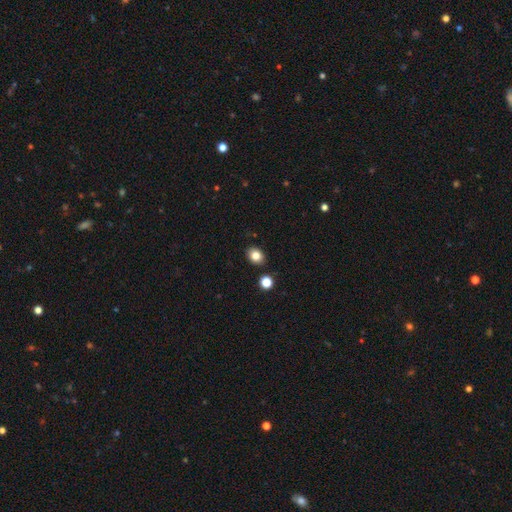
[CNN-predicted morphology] Smooth or featured?
  - smooth: 83% *
  - star or artifact: 11%
  - featured or disk: 7%
How rounded?
  - in between: 54% *
  - round: 45%
  - cigar-shaped: 1%
Merging?
  - none: 87% *
  - minor disturbance: 8%
  - merger: 3%
  - major disturbance: 2%